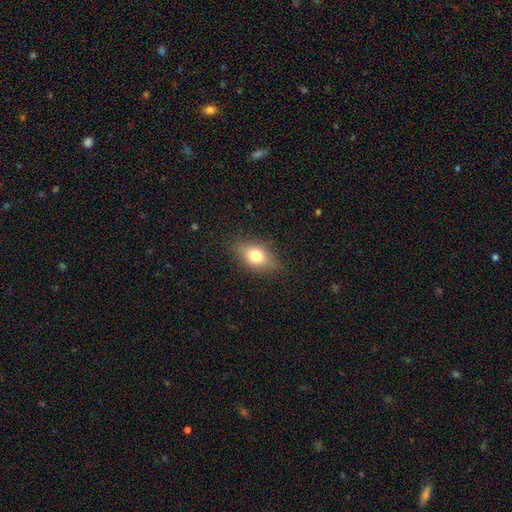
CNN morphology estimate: Smooth or featured? smooth (75%)
How rounded? in between (82%)
Merging? none (83%)